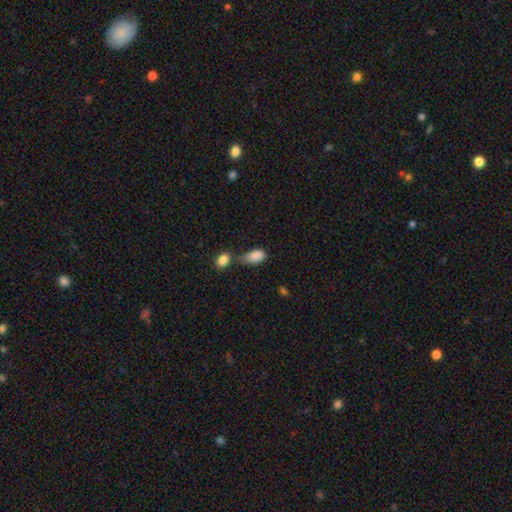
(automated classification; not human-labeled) Smooth or featured: smooth — 86% (star or artifact — 8%)
How rounded: in between — 91% (round — 6%)
Merging: none — 32% (merger — 30%)